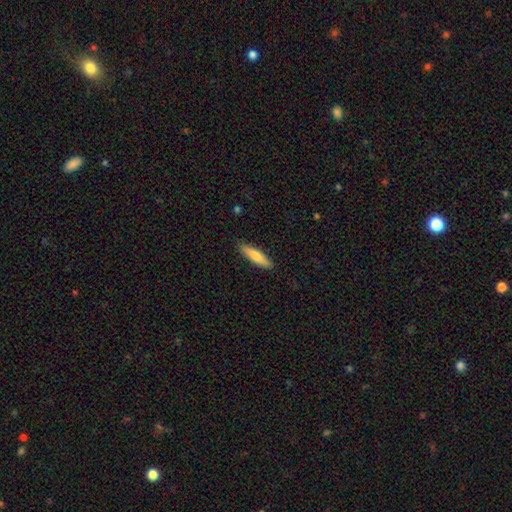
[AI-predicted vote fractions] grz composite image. It shows a smooth galaxy with no disk features (71%) that is cigar-shaped (74%). Merging: none (89%).